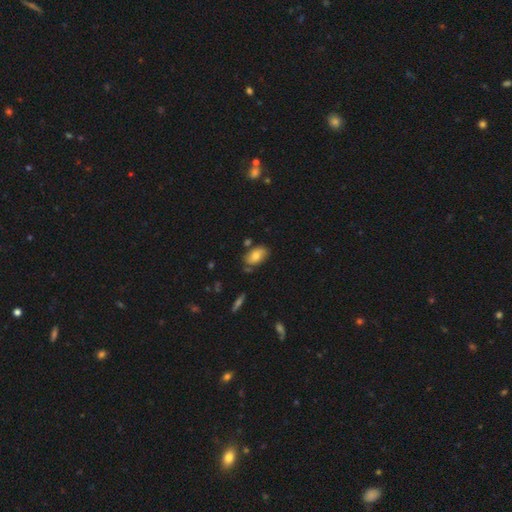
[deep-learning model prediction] Smooth or featured: smooth — 71% (featured or disk — 21%)
How rounded: in between — 90% (round — 7%)
Merging: none — 70% (minor disturbance — 19%)